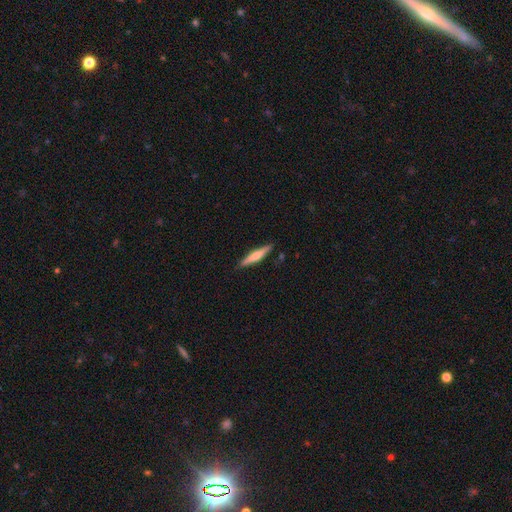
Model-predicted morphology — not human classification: Smooth or featured?
  - smooth: 51% *
  - featured or disk: 43%
  - star or artifact: 5%
How rounded?
  - cigar-shaped: 92% *
  - in between: 6%
  - round: 1%
Merging?
  - none: 89% *
  - minor disturbance: 8%
  - major disturbance: 2%
  - merger: 1%